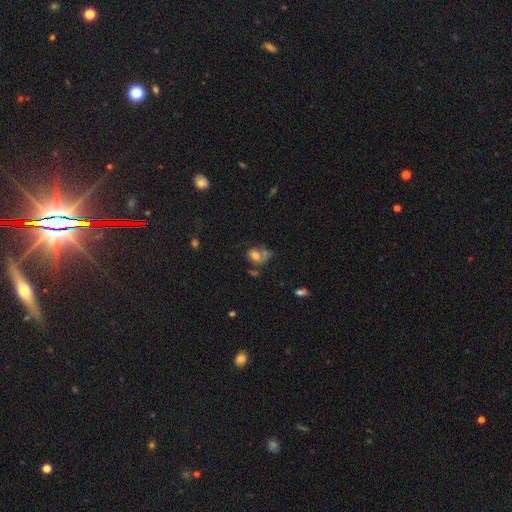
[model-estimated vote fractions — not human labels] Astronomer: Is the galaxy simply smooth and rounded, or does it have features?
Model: smooth — 57%.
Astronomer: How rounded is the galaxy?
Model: in between — 59% (runner-up: round, 39%).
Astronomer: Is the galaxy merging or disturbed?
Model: none — 31% (runner-up: merger, 30%).